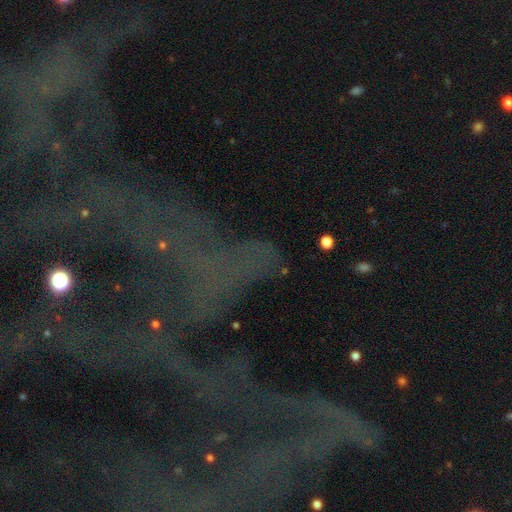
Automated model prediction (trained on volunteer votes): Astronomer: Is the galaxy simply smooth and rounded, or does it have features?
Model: star or artifact — 65%.